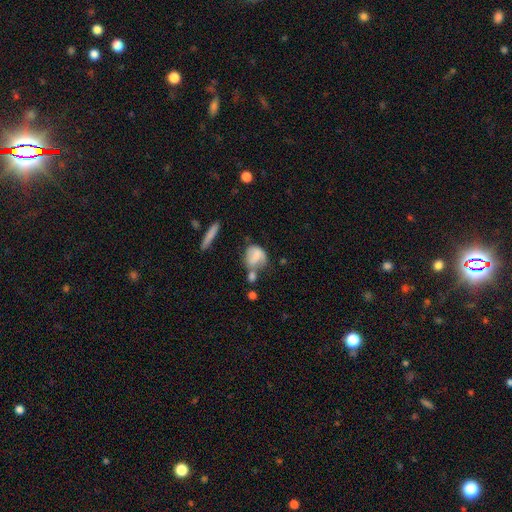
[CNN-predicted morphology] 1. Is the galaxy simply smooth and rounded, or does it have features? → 58% smooth, 34% featured or disk, 8% star or artifact.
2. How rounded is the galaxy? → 55% round, 42% in between, 3% cigar-shaped.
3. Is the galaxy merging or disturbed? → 36% none, 26% merger, 23% minor disturbance, 15% major disturbance.